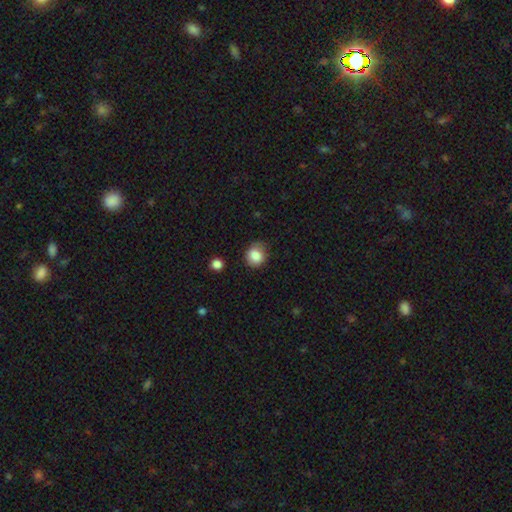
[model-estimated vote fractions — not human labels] smooth 85%, star or artifact 9%, featured or disk 6%. Down the decision tree: how rounded — round (74%); merging — none (77%).